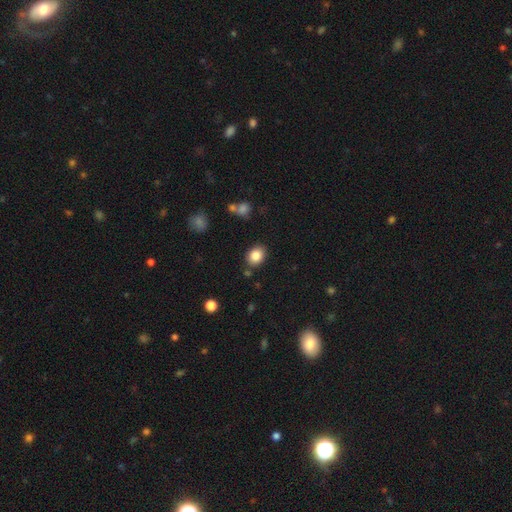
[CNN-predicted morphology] Smooth or featured?
  - smooth: 85% *
  - star or artifact: 9%
  - featured or disk: 6%
How rounded?
  - in between: 52% *
  - round: 47%
  - cigar-shaped: 1%
Merging?
  - none: 82% *
  - minor disturbance: 11%
  - merger: 4%
  - major disturbance: 3%